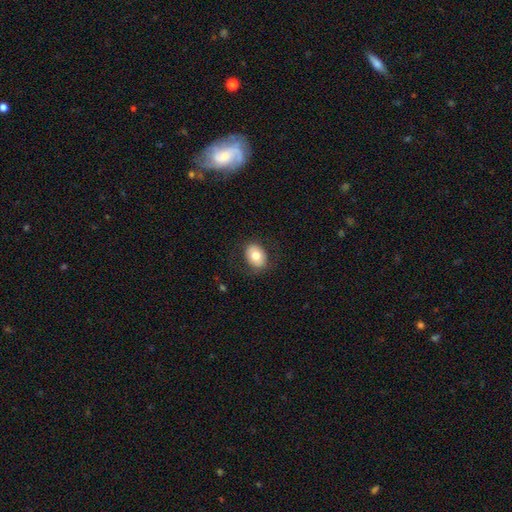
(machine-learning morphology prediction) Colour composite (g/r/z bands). It shows a smooth galaxy with no disk features (75%) that is in between round and cigar-shaped (67%). Merging: none (82%).